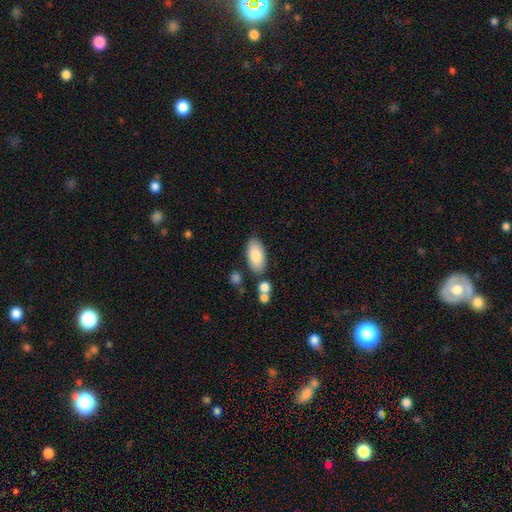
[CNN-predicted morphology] Smooth or featured? smooth (84%)
How rounded? in between (93%)
Merging? none (78%)